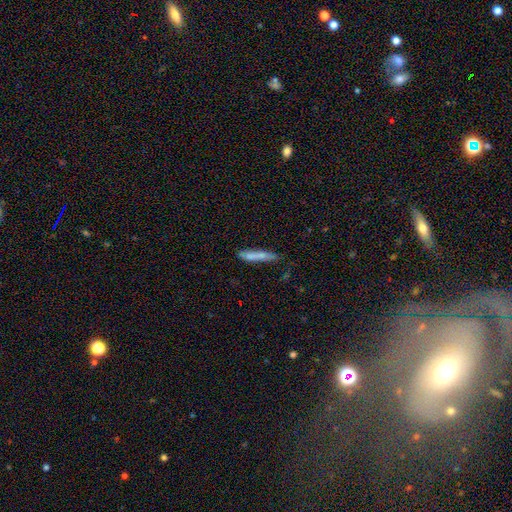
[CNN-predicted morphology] Smooth or featured? Predicted: smooth (p=0.70). How rounded? Predicted: cigar-shaped (p=0.92). Merging? Predicted: none (p=0.69).